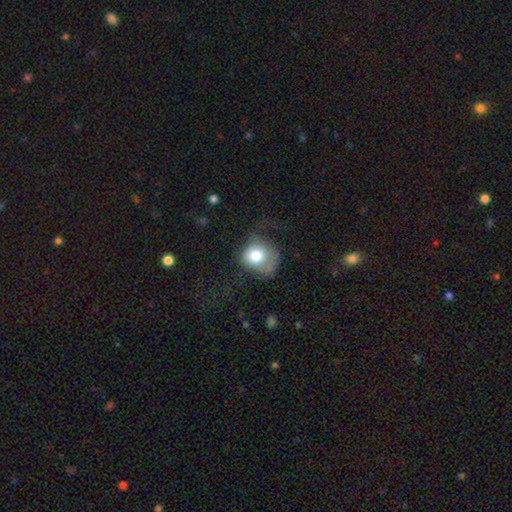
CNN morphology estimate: smooth_or_featured: smooth (p=0.74) [alt: featured or disk p=0.17]
how_rounded: round (p=0.67) [alt: in between p=0.32]
merging: none (p=0.35) [alt: major disturbance p=0.32]